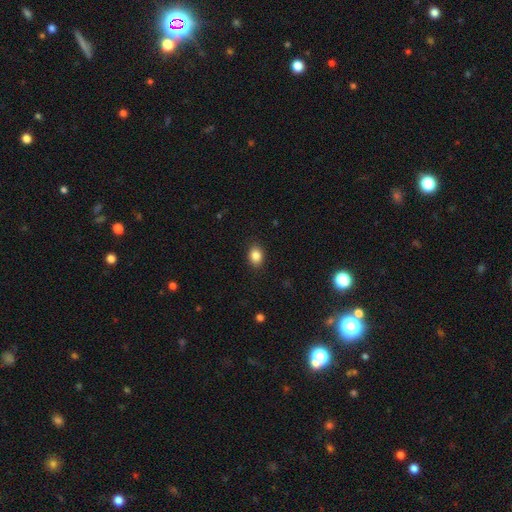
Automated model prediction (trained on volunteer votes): Smooth or featured? smooth (86%)
How rounded? in between (66%)
Merging? none (89%)